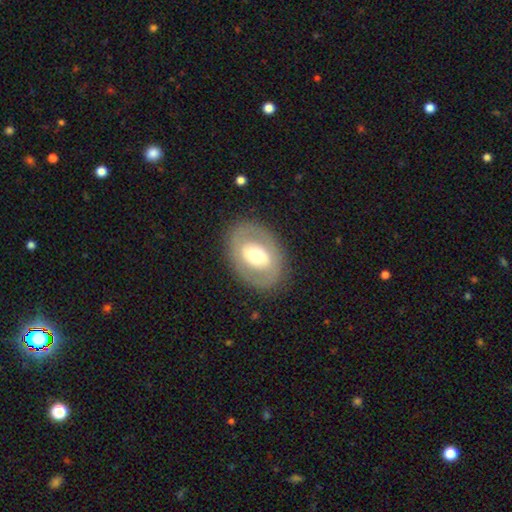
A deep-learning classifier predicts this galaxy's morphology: Smooth or featured?
  - featured or disk: 54% *
  - smooth: 40%
  - star or artifact: 6%
Edge-on disk?
  - no: 93% *
  - yes: 7%
Bar?
  - no: 47% *
  - weak: 31%
  - strong: 23%
Spiral arms?
  - no: 77% *
  - yes: 23%
Bulge size?
  - moderate: 59% *
  - large: 28%
  - small: 9%
  - dominant: 3%
  - none: 1%
Merging?
  - none: 83% *
  - minor disturbance: 10%
  - major disturbance: 6%
  - merger: 1%